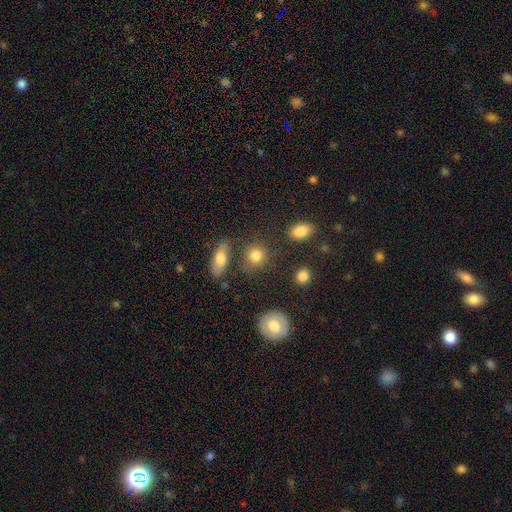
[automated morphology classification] Smooth or featured? smooth (82%)
How rounded? round (79%)
Merging? none (75%)